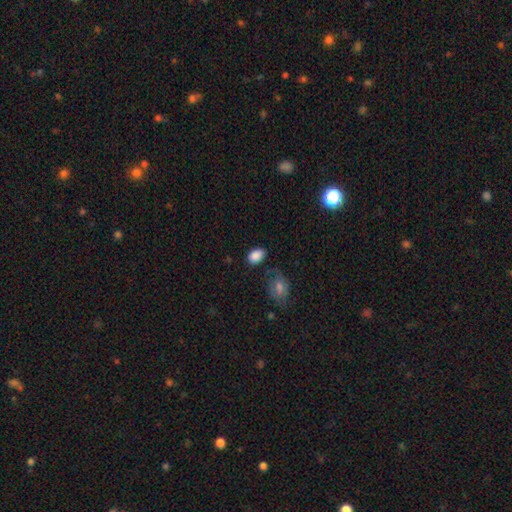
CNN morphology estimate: A smooth galaxy with no disk features (87%) that is in between round and cigar-shaped (84%). Merging: none (71%).